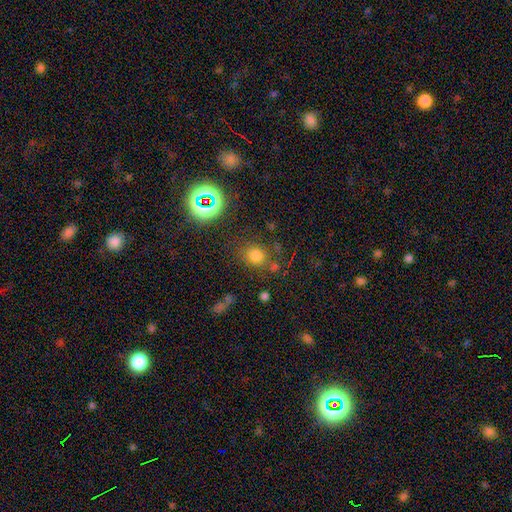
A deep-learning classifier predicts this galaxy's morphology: type=smooth (71%); roundness=round (71%); merging=none (73%).